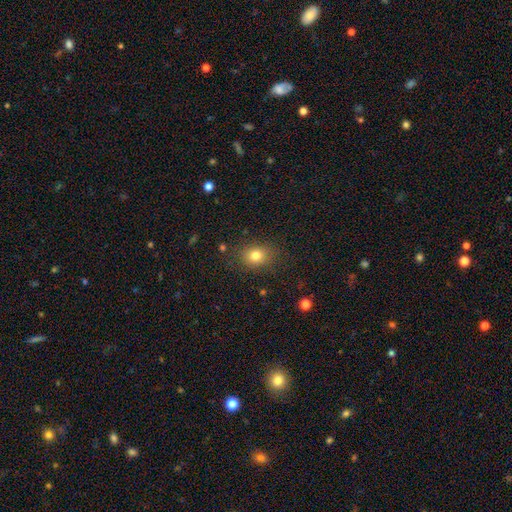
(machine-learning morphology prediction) Smooth or featured? Predicted: smooth (p=0.79). How rounded? Predicted: round (p=0.50). Merging? Predicted: none (p=0.82).